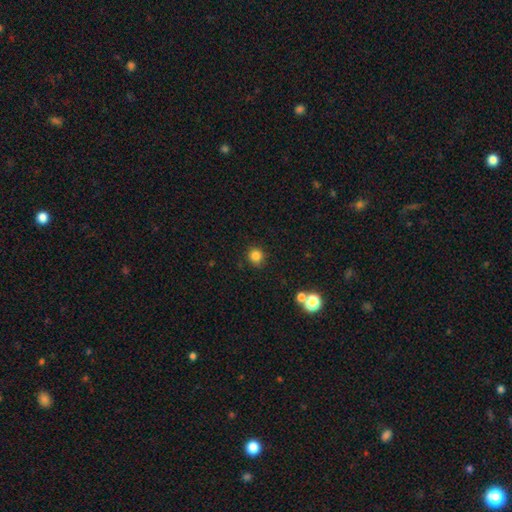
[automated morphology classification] This appears to be a smooth galaxy with no disk features (83%) that is round (89%). Merging: none (87%).